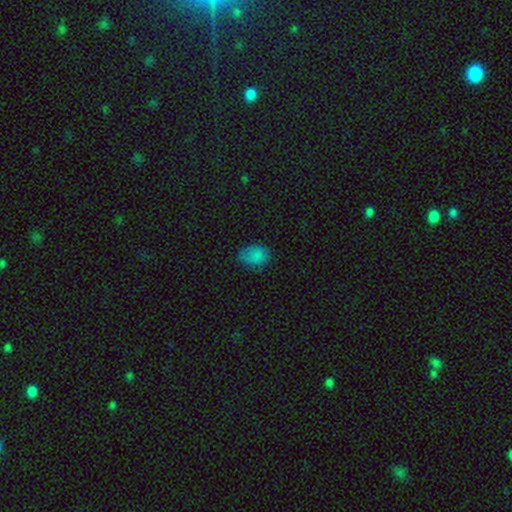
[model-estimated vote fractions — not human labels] Q: Smooth or featured?
A: smooth (79%); runner-up: star or artifact (14%)
Q: How rounded?
A: in between (71%); runner-up: round (28%)
Q: Merging?
A: none (63%); runner-up: minor disturbance (28%)